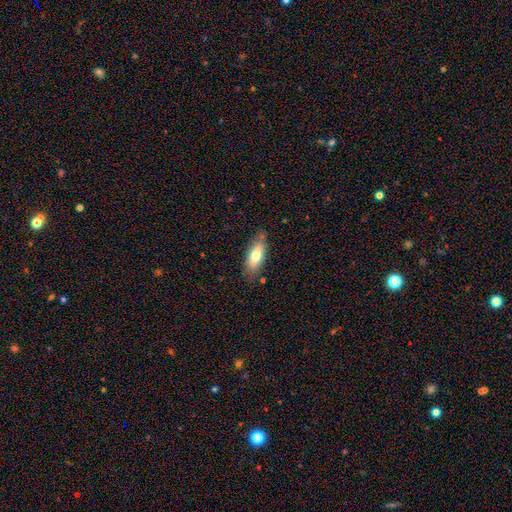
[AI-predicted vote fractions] Q: Smooth or featured?
A: smooth (72%); runner-up: featured or disk (21%)
Q: How rounded?
A: in between (76%); runner-up: cigar-shaped (22%)
Q: Merging?
A: none (78%); runner-up: minor disturbance (16%)